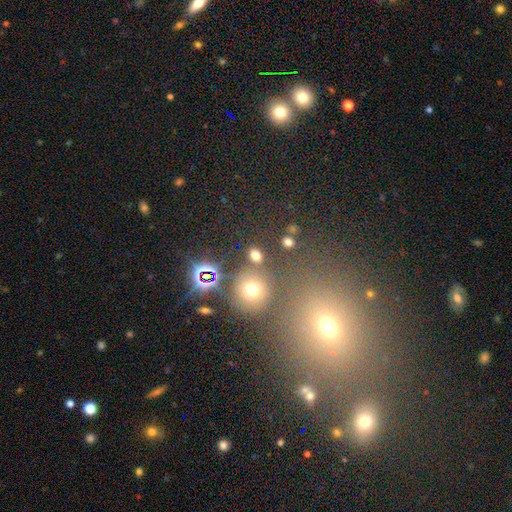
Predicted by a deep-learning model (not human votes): smooth_or_featured: smooth (p=0.69) [alt: star or artifact p=0.23]
how_rounded: round (p=0.56) [alt: in between p=0.42]
merging: none (p=0.78) [alt: merger p=0.09]